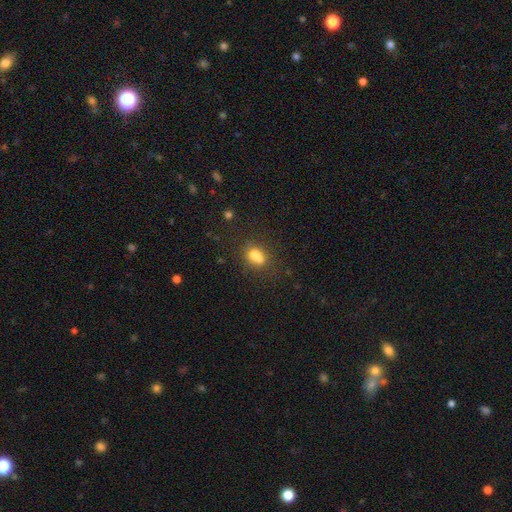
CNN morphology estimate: This appears to be a smooth galaxy with no disk features (71%) that is in between round and cigar-shaped (62%). Merging: none (44%).